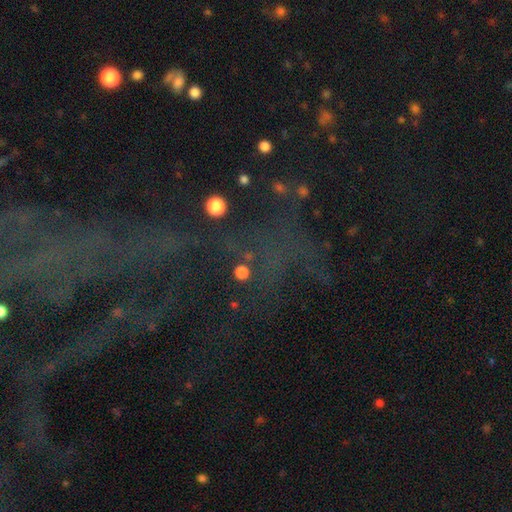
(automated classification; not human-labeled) A star or artifact, not a galaxy (66%).

Vote fractions:
- Smooth or featured? star or artifact: 66% / featured or disk: 20% / smooth: 14%